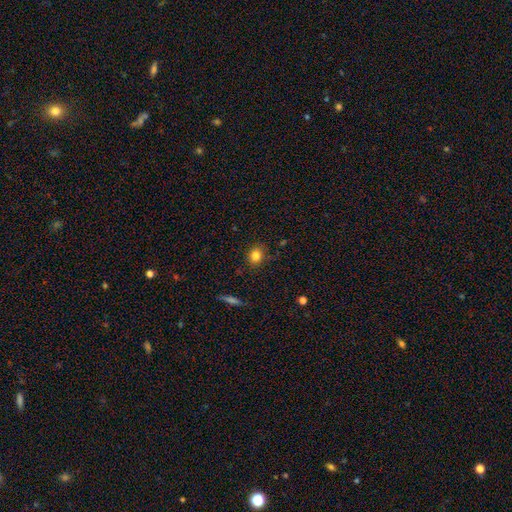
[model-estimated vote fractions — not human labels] This appears to be a smooth galaxy with no disk features (82%) that is round (67%). Merging: none (85%).